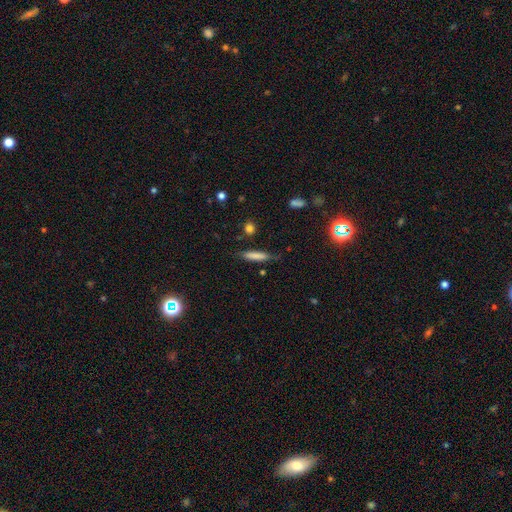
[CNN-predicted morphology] smooth_or_featured: smooth (p=0.75) [alt: featured or disk p=0.18]
how_rounded: cigar-shaped (p=0.86) [alt: in between p=0.13]
merging: none (p=0.77) [alt: minor disturbance p=0.17]